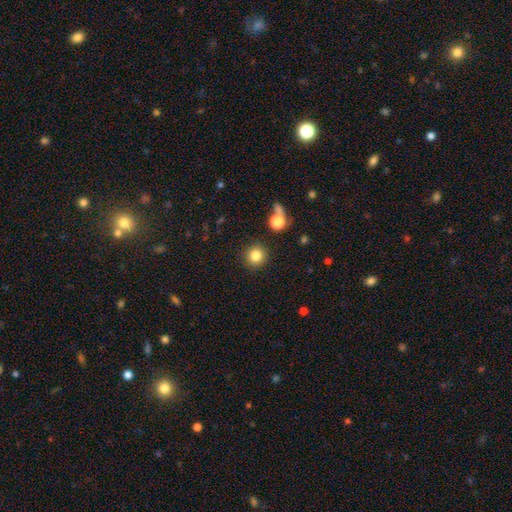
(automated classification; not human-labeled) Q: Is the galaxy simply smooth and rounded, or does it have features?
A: smooth — 83%.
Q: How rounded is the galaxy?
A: round — 94%.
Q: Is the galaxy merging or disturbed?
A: none — 88%.